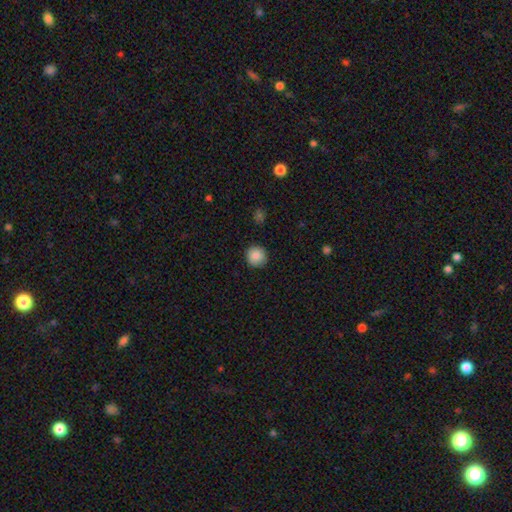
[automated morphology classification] Smooth or featured? smooth (86%)
How rounded? round (94%)
Merging? none (91%)